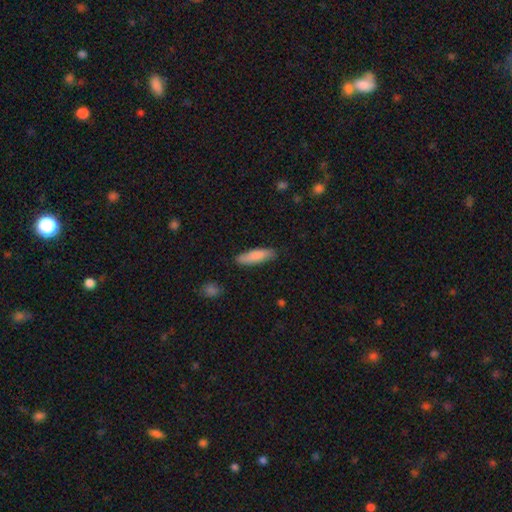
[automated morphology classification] Q: Smooth or featured?
A: smooth (81%); runner-up: featured or disk (13%)
Q: How rounded?
A: cigar-shaped (60%); runner-up: in between (38%)
Q: Merging?
A: none (83%); runner-up: minor disturbance (13%)